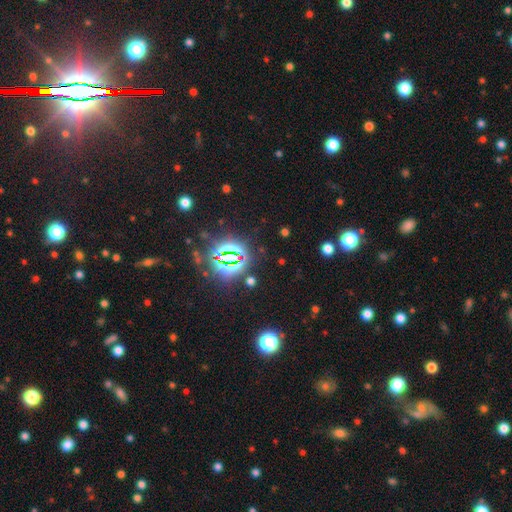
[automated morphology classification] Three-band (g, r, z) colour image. It shows a star or artifact, not a galaxy (83%).